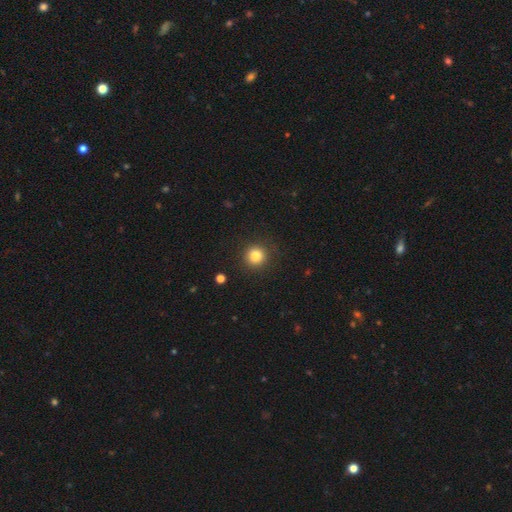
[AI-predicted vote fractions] This appears to be a smooth galaxy with no disk features (83%) that is round (93%). Merging: none (90%).